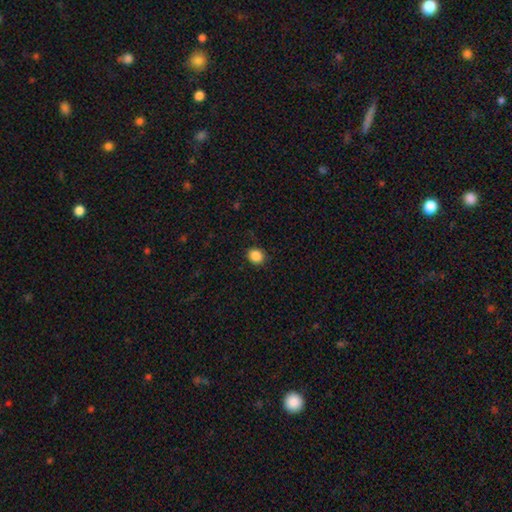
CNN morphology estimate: Overall: smooth (88%). How rounded: round (70%). Merging: none (88%).